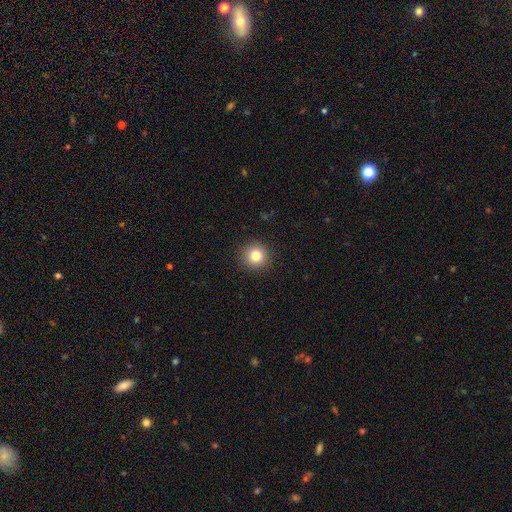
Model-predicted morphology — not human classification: Smooth or featured? smooth (82%)
How rounded? round (95%)
Merging? none (92%)